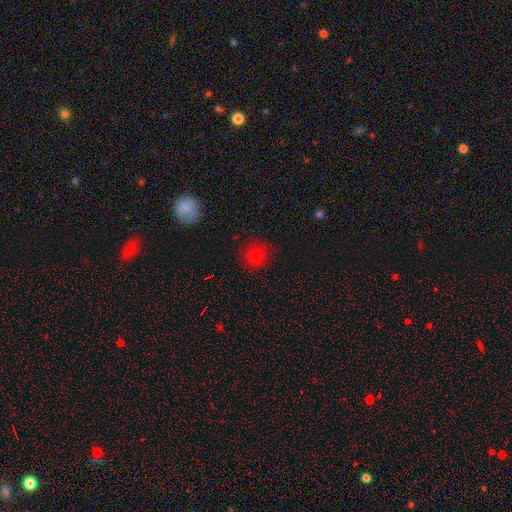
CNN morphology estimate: Smooth or featured? smooth (76%)
How rounded? round (85%)
Merging? none (83%)